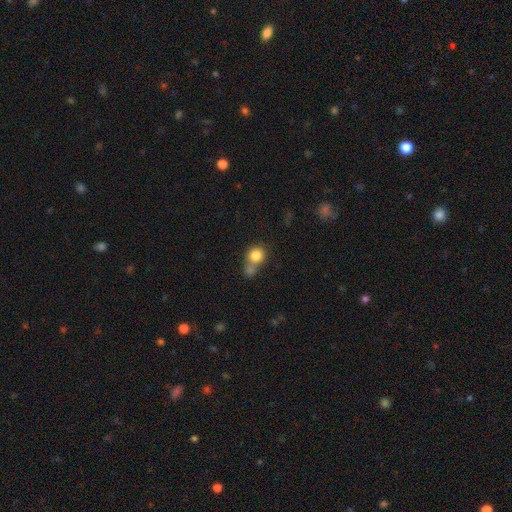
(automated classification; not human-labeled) smooth 81%, star or artifact 10%, featured or disk 9%. Down the decision tree: how rounded — round (83%); merging — merger (44%).